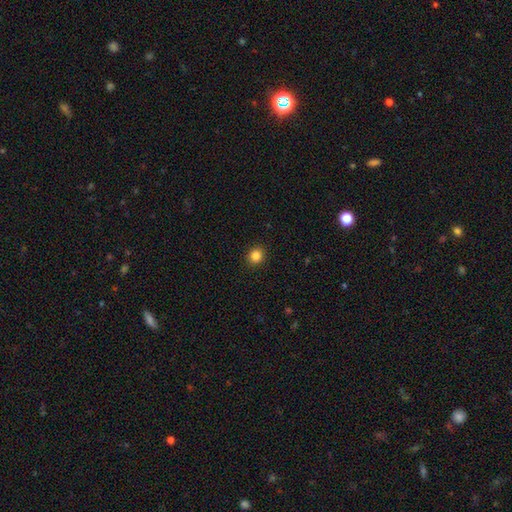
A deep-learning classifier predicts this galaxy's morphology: type=smooth (85%); roundness=round (85%); merging=none (92%).